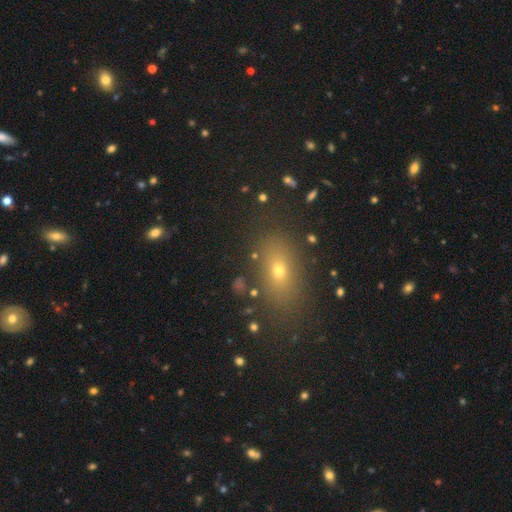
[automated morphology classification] A smooth galaxy with no disk features (64%) that is in between round and cigar-shaped (75%). Merging: none (83%).